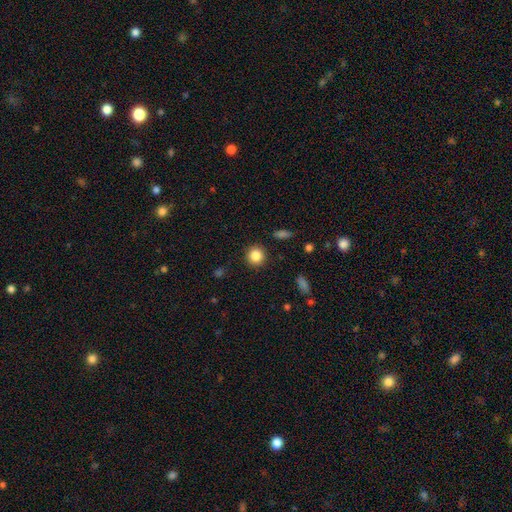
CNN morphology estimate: This appears to be a smooth galaxy with no disk features (85%) that is round (91%). Merging: none (91%).